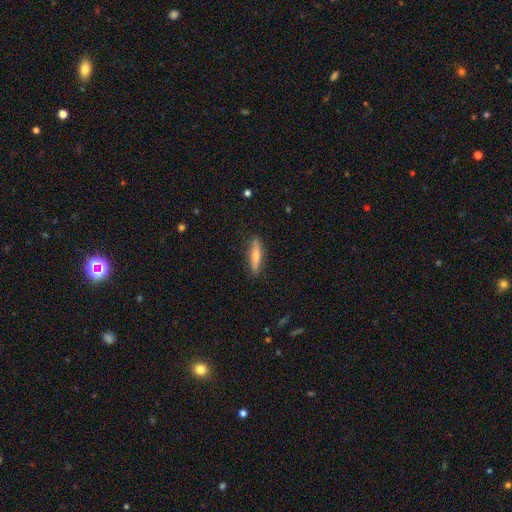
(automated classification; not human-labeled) This appears to be a smooth galaxy with no disk features (64%) that is cigar-shaped (82%). Merging: none (87%).